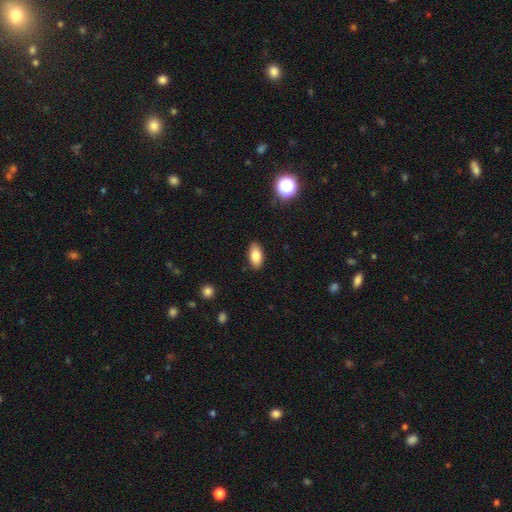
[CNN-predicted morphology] This appears to be a smooth galaxy with no disk features (82%) that is in between round and cigar-shaped (91%). Merging: none (87%).